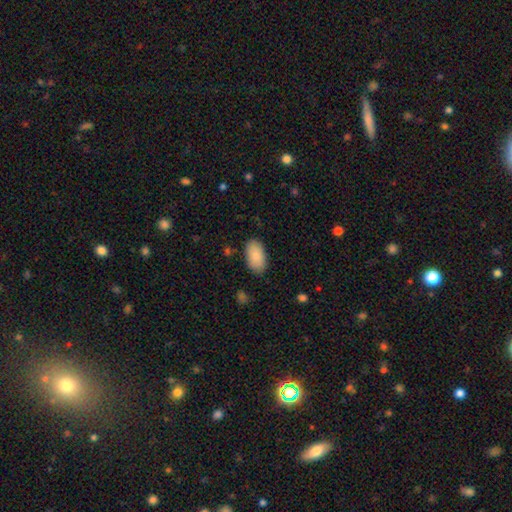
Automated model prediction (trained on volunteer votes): Overall: smooth (87%). How rounded: in between (95%). Merging: none (84%).